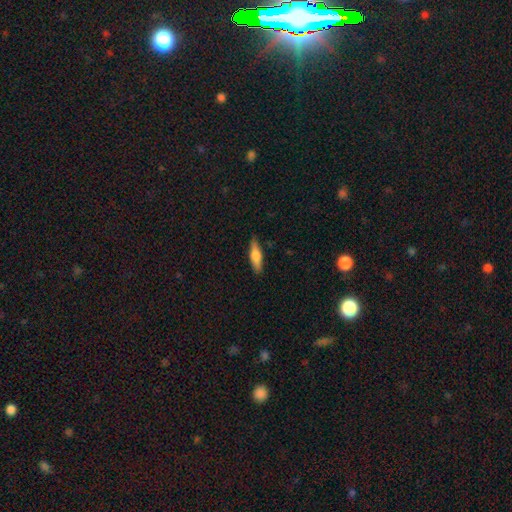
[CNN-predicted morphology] This appears to be a smooth galaxy with no disk features (70%) that is cigar-shaped (61%). Merging: none (84%).